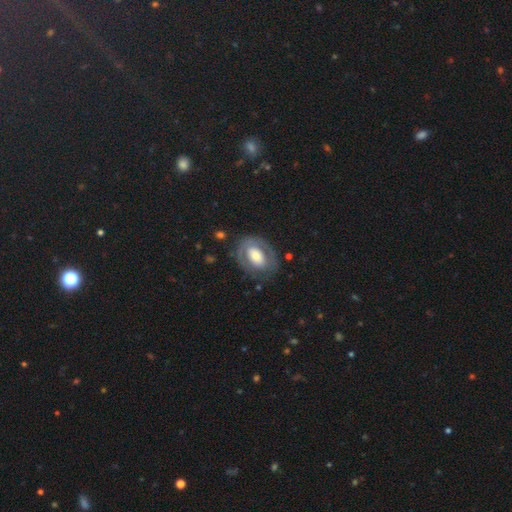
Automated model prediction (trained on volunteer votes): Smooth or featured? featured or disk (52%)
Edge-on disk? no (94%)
Merging? none (71%)